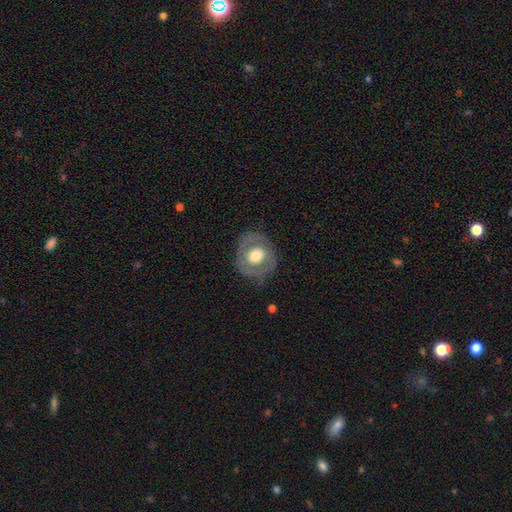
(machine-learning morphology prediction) smooth-or-featured: featured or disk: 50% | smooth: 43% | star or artifact: 6%
  disk-edge-on: no: 95% | yes: 5%
  merging: none: 74% | minor disturbance: 16% | major disturbance: 9% | merger: 1%